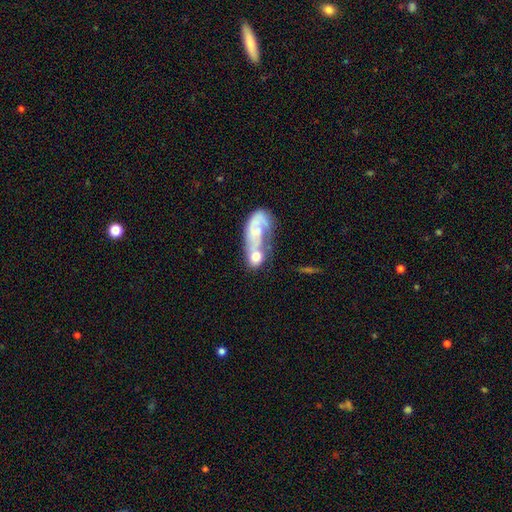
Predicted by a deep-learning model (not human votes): featured or disk 47%, smooth 43%, star or artifact 10%. Down the decision tree: merging — merger (52%).